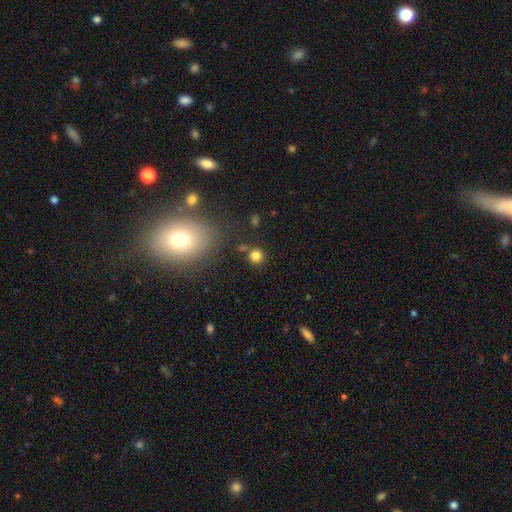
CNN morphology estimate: Overall: smooth (81%). How rounded: round (92%). Merging: none (82%).